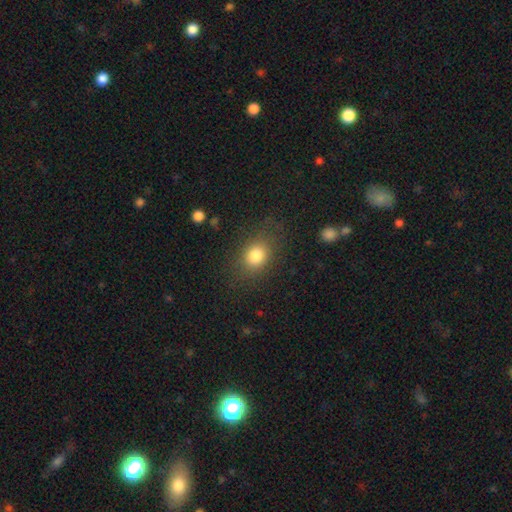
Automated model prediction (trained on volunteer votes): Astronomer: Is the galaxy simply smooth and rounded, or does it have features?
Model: smooth — 81%.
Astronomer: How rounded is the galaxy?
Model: in between — 55% (runner-up: round, 44%).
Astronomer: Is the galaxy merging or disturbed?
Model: none — 79%.